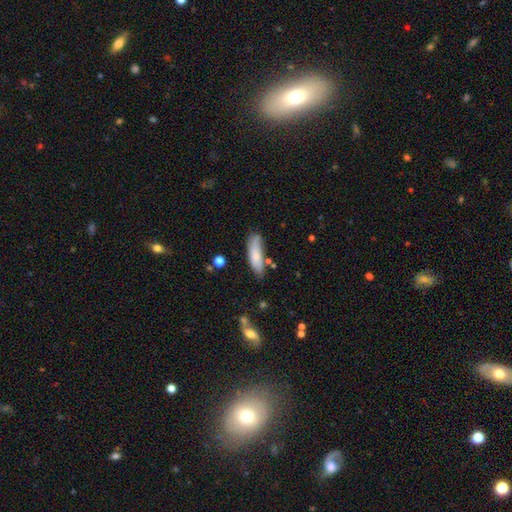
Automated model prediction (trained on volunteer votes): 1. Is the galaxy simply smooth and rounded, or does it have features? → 75% smooth, 18% featured or disk, 6% star or artifact.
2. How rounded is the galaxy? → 51% in between, 47% cigar-shaped, 2% round.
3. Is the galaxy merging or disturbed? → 62% none, 26% minor disturbance, 6% merger, 6% major disturbance.